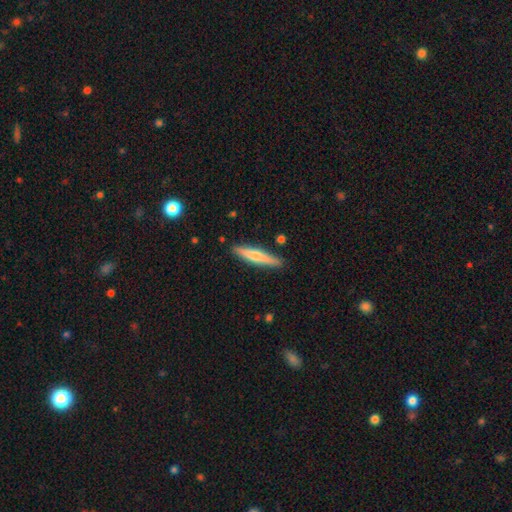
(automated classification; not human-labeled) Overall: smooth (59%; featured or disk 35%). How rounded: cigar-shaped (90%). Merging: none (88%).